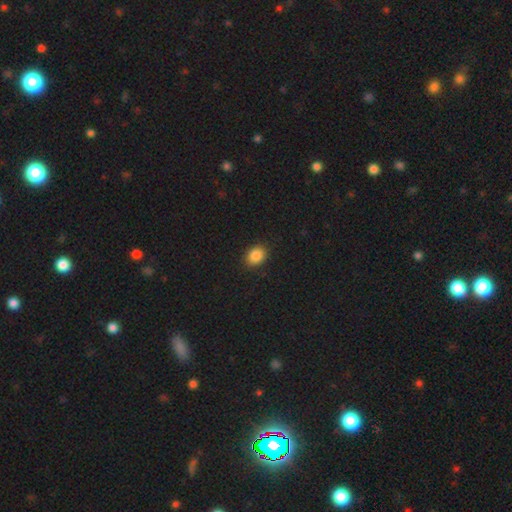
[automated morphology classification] Smooth or featured: smooth — 86% (star or artifact — 10%)
How rounded: in between — 50% (round — 49%)
Merging: none — 90% (minor disturbance — 7%)